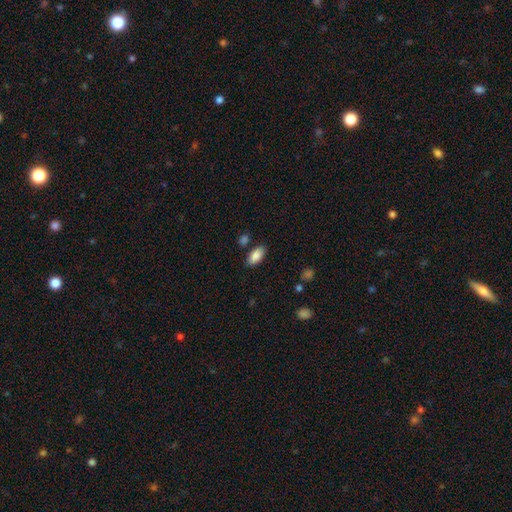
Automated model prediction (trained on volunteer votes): Morphology: type=smooth (87%); roundness=in between (91%); merging=none (82%).